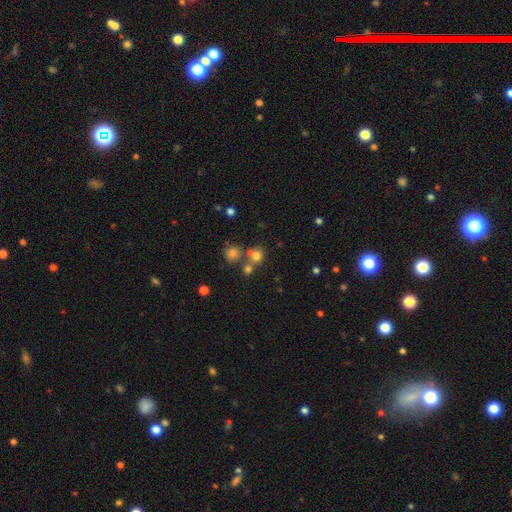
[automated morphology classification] Smooth or featured? smooth (71%)
How rounded? round (83%)
Merging? none (58%)